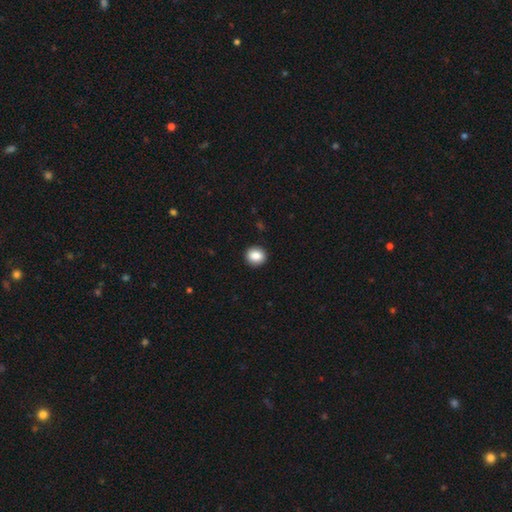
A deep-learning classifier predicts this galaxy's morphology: This is clearly a smooth galaxy (87%). How rounded: likely round (77%). Merging: clearly none (92%).